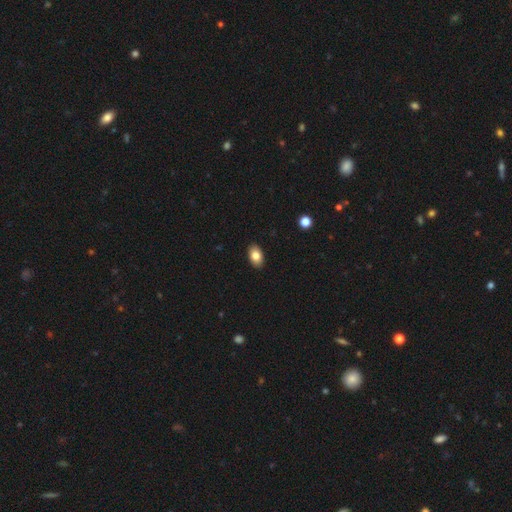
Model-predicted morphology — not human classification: A smooth galaxy with no disk features (83%) that is in between round and cigar-shaped (90%).

Vote fractions:
- Smooth or featured? smooth: 83% / featured or disk: 9% / star or artifact: 8%
- How rounded? in between: 90% / round: 8% / cigar-shaped: 1%
- Merging? none: 90% / minor disturbance: 7% / major disturbance: 2% / merger: 1%